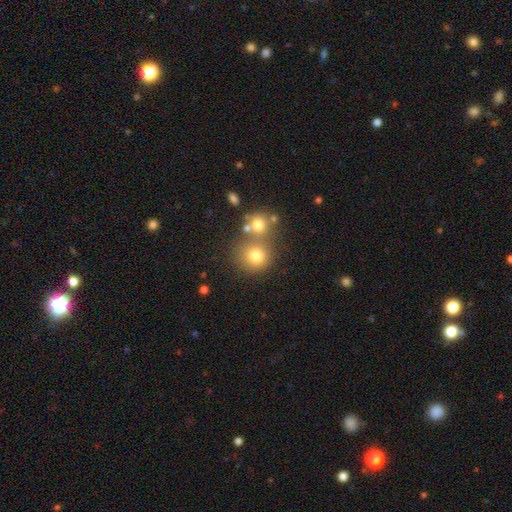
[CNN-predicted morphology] A smooth galaxy with no disk features (75%) that is round (88%). Merging: none (58%).